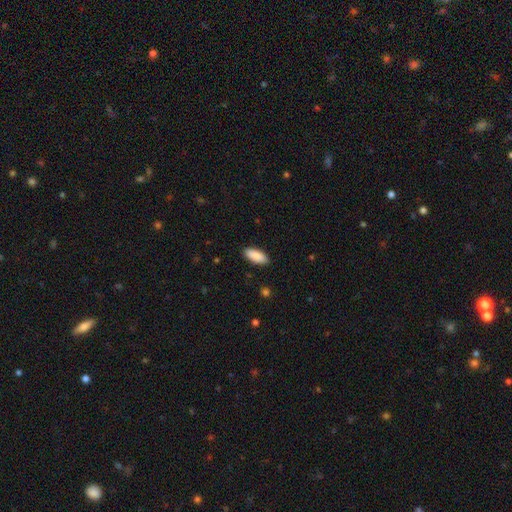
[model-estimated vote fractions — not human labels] Smooth or featured?
  - smooth: 90% *
  - star or artifact: 6%
  - featured or disk: 4%
How rounded?
  - in between: 80% *
  - cigar-shaped: 18%
  - round: 2%
Merging?
  - none: 90% *
  - minor disturbance: 8%
  - major disturbance: 2%
  - merger: 1%